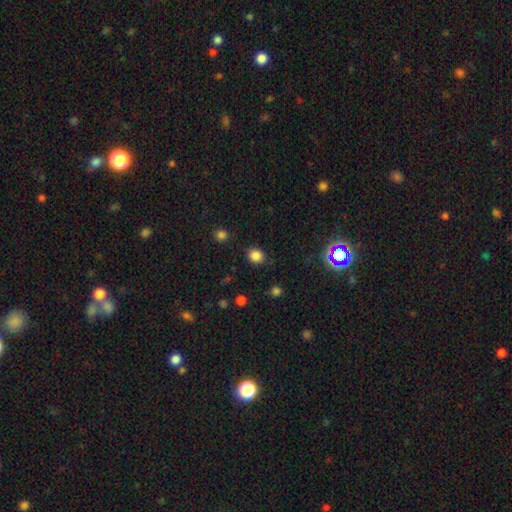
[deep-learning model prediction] Smooth or featured: smooth — 83% (star or artifact — 13%)
How rounded: round — 74% (in between — 25%)
Merging: none — 86% (minor disturbance — 10%)